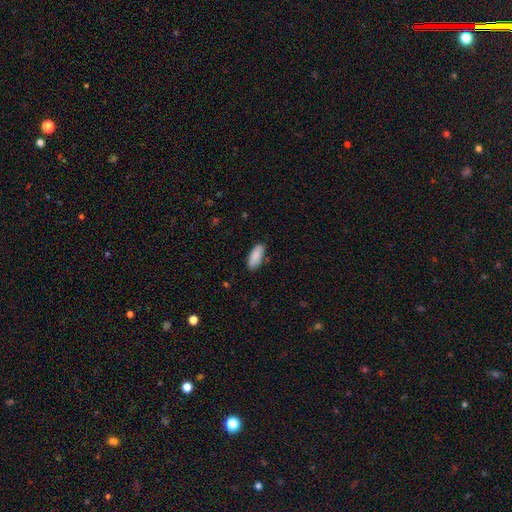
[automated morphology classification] Smooth or featured? Predicted: smooth (p=0.88). How rounded? Predicted: in between (p=0.83). Merging? Predicted: none (p=0.82).